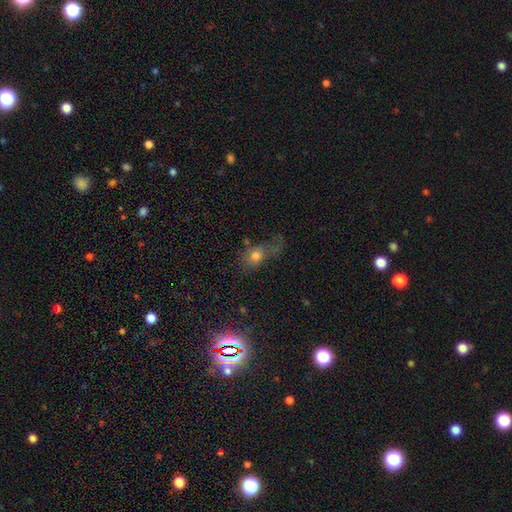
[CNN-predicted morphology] A smooth galaxy with no disk features (68%) that is in between round and cigar-shaped (58%). Merging: major disturbance (35%).